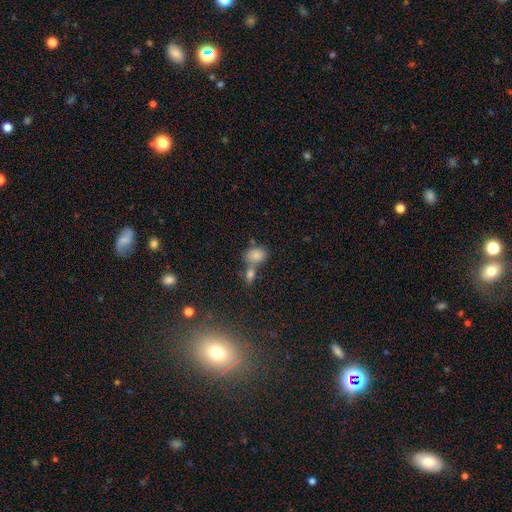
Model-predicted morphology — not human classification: The model was most divided on "merging": merger: 44%, none: 42%, minor disturbance: 10%, major disturbance: 4%. More confident: smooth or featured — smooth (81%); how rounded — in between (67%).